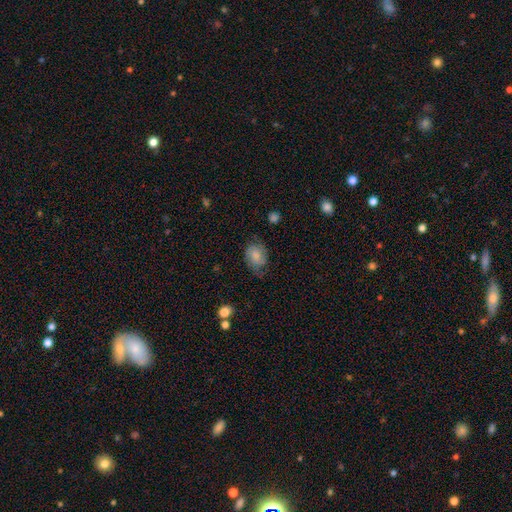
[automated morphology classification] This appears to be a smooth galaxy with no disk features (61%) that is in between round and cigar-shaped (67%). Merging: none (61%).